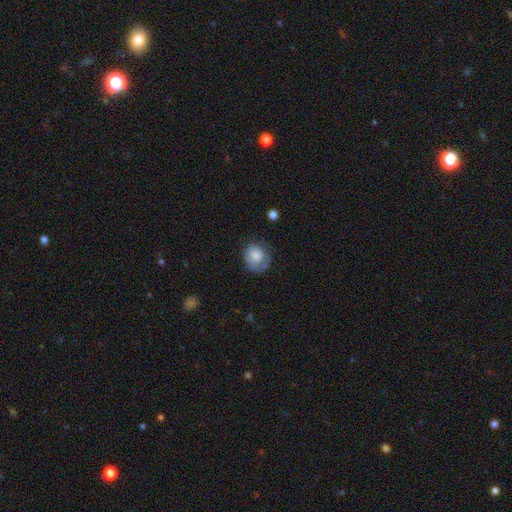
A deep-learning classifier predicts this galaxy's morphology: smooth-or-featured: smooth: 72% | featured or disk: 20% | star or artifact: 8%
  how-rounded: round: 74% | in between: 25% | cigar-shaped: 1%
  merging: none: 55% | minor disturbance: 27% | major disturbance: 16% | merger: 2%